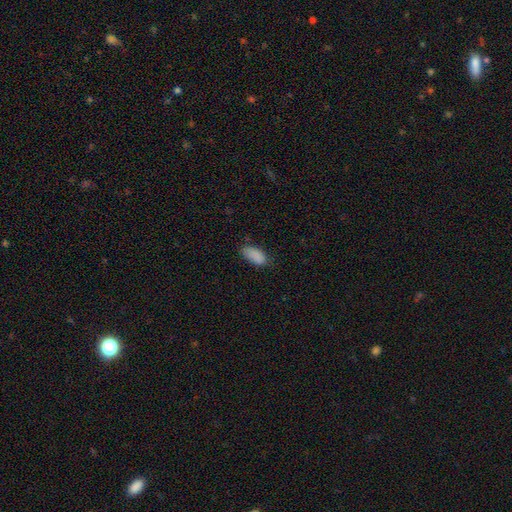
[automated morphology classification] smooth_or_featured: smooth (p=0.87) [alt: star or artifact p=0.08]
how_rounded: in between (p=0.91) [alt: cigar-shaped p=0.06]
merging: none (p=0.68) [alt: minor disturbance p=0.25]